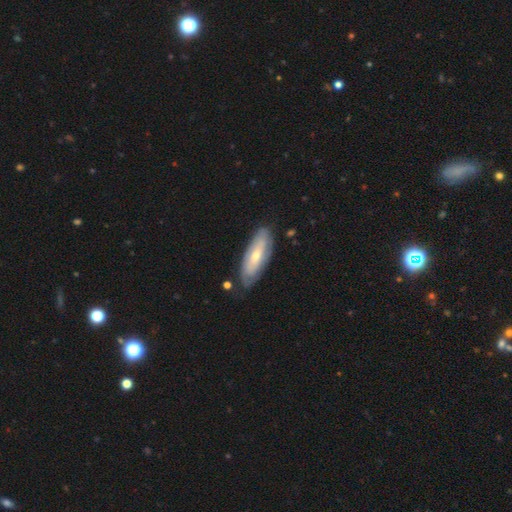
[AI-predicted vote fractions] smooth-or-featured: featured or disk: 58% | smooth: 37% | star or artifact: 6%
  disk-edge-on: no: 78% | yes: 22%
  merging: none: 76% | minor disturbance: 18% | major disturbance: 4% | merger: 2%